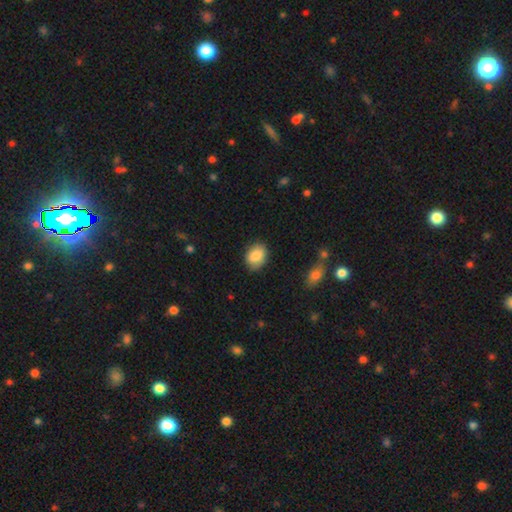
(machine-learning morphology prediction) Smooth or featured: smooth — 87% (star or artifact — 7%)
How rounded: in between — 72% (round — 27%)
Merging: none — 82% (minor disturbance — 14%)